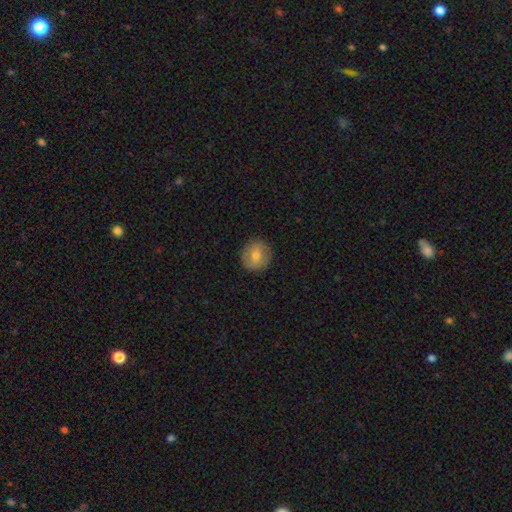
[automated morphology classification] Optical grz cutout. It shows a smooth galaxy with no disk features (72%) that is round (91%). Merging: none (90%).